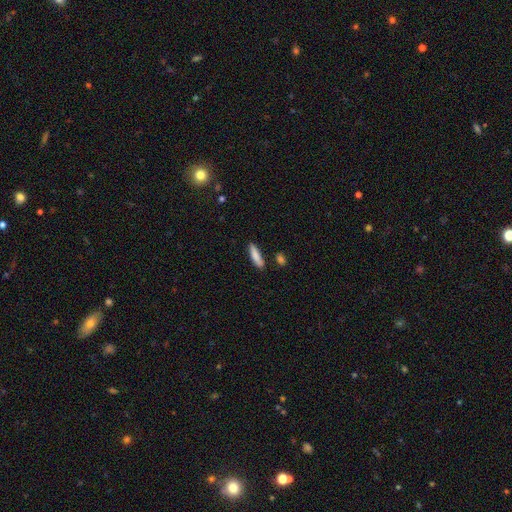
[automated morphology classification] Smooth or featured: smooth — 84% (featured or disk — 10%)
How rounded: cigar-shaped — 76% (in between — 22%)
Merging: none — 81% (minor disturbance — 12%)